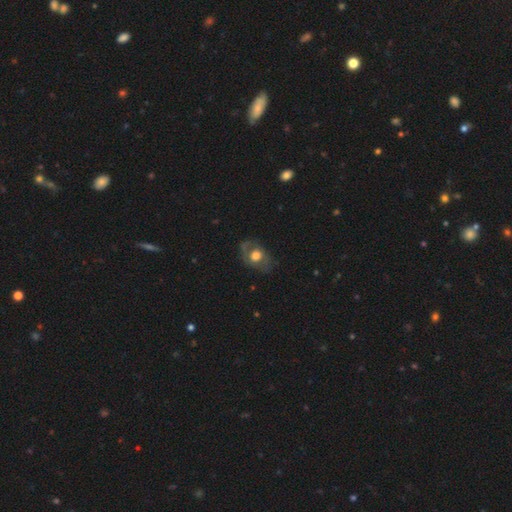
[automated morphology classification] This appears to be a smooth galaxy with no disk features (48%). Merging: none (65%).